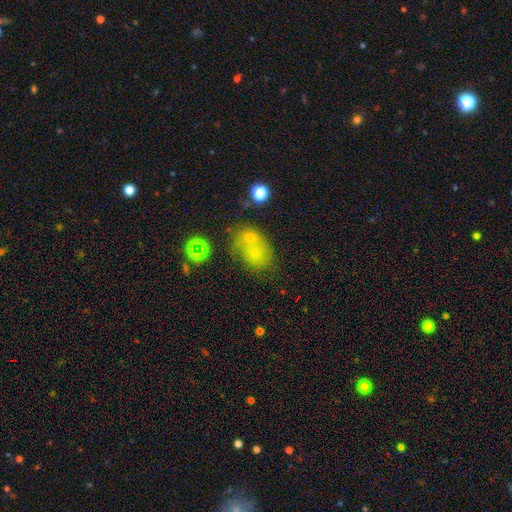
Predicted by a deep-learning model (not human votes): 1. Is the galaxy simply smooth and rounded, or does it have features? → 62% smooth, 21% star or artifact, 17% featured or disk.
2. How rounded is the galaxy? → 66% in between, 33% round, 1% cigar-shaped.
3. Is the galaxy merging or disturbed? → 41% none, 34% merger, 16% minor disturbance, 9% major disturbance.